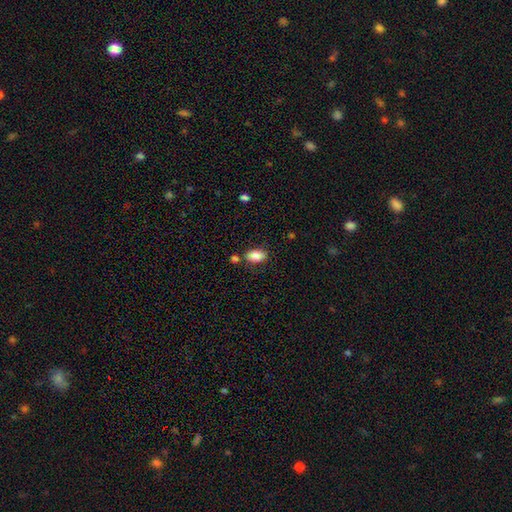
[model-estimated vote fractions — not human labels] This is clearly a smooth galaxy (86%). How rounded: clearly in between (92%). Merging: likely none (75%).